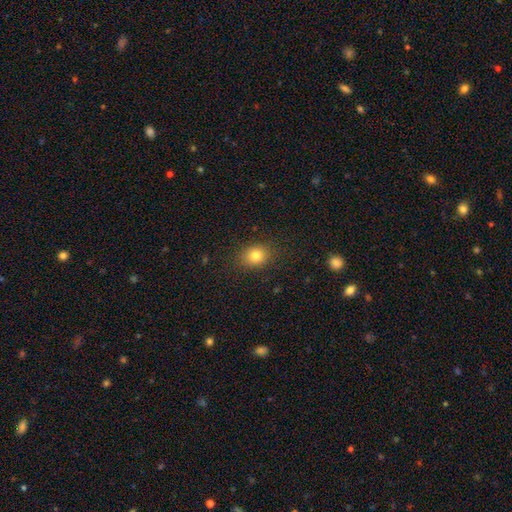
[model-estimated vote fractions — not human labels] Smooth or featured? smooth (80%)
How rounded? round (54%)
Merging? none (86%)